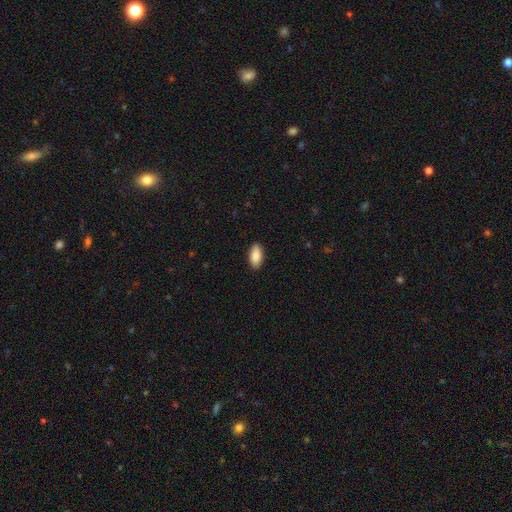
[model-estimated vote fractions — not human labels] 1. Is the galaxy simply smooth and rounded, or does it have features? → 89% smooth, 6% star or artifact, 5% featured or disk.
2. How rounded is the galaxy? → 91% in between, 7% cigar-shaped, 2% round.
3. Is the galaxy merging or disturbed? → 89% none, 8% minor disturbance, 2% major disturbance, 1% merger.